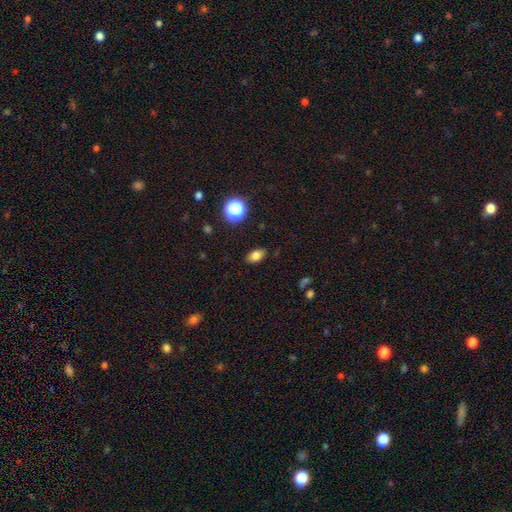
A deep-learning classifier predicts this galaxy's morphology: Smooth or featured? smooth (79%)
How rounded? in between (86%)
Merging? none (86%)